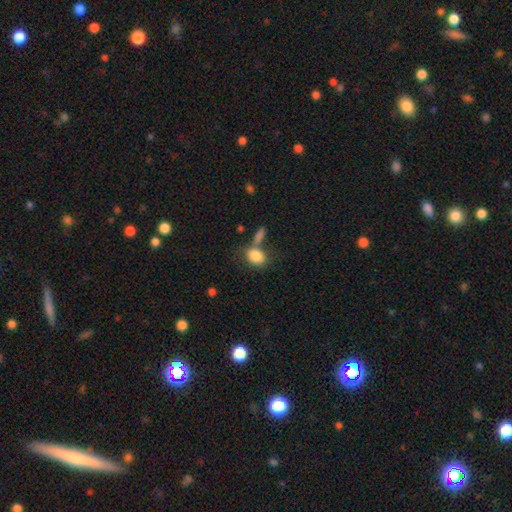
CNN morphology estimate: The model was most divided on "how rounded": in between: 59%, round: 40%, cigar-shaped: 2%. Remaining: smooth or featured — smooth (84%); merging — none (48%).